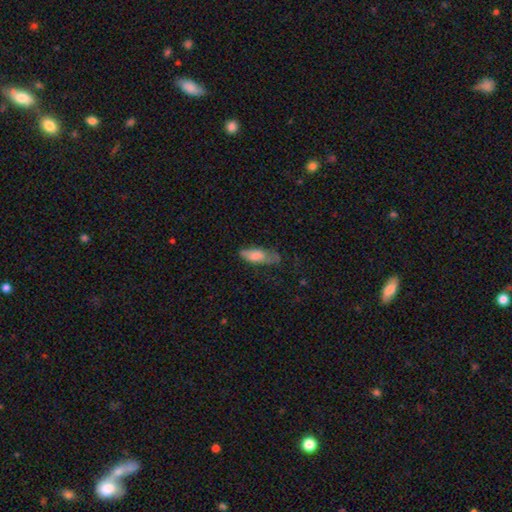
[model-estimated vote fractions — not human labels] Overall: smooth (76%). How rounded: in between (69%; cigar-shaped 29%). Merging: none (44%; minor disturbance 34%).